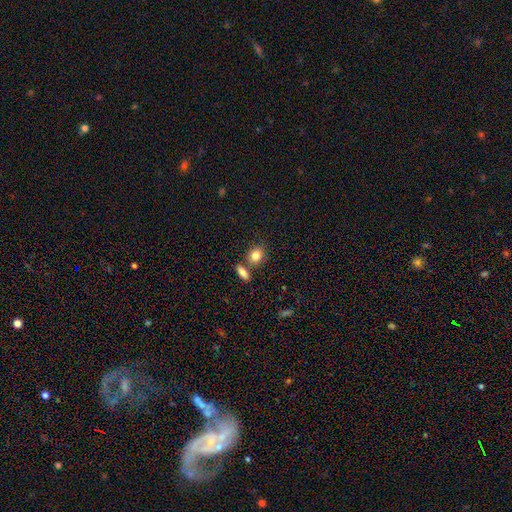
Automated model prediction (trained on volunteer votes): Smooth or featured? smooth (83%)
How rounded? round (60%)
Merging? none (65%)